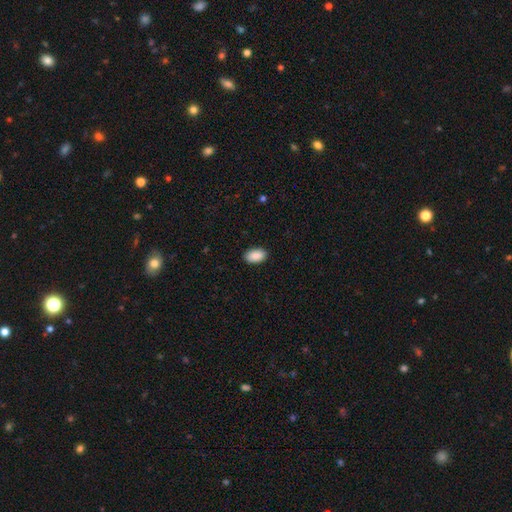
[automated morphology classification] The model was most divided on "merging": none: 90%, minor disturbance: 8%, major disturbance: 2%, merger: 1%. More confident: how rounded — in between (94%); smooth or featured — smooth (91%).